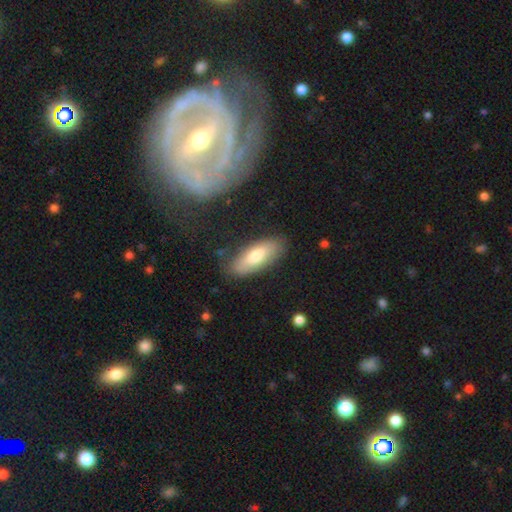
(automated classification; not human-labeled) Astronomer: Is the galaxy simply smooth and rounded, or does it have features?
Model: smooth — 73%.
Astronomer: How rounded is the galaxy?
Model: in between — 75%.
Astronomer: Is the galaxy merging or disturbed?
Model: none — 81%.